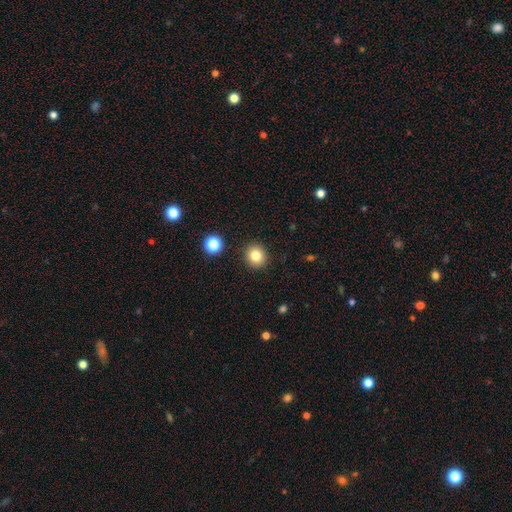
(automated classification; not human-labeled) Morphology: type=smooth (82%); roundness=round (87%); merging=none (90%).